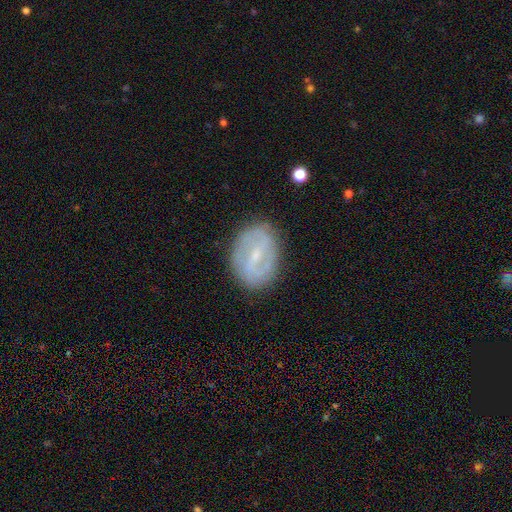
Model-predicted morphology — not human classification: Smooth or featured: featured or disk — 69% (smooth — 23%)
Edge-on disk: no — 95% (yes — 5%)
Bar: weak — 47% (strong — 39%)
Spiral arms: yes — 68% (no — 32%)
Bulge size: small — 70% (moderate — 23%)
Merging: none — 82% (minor disturbance — 13%)